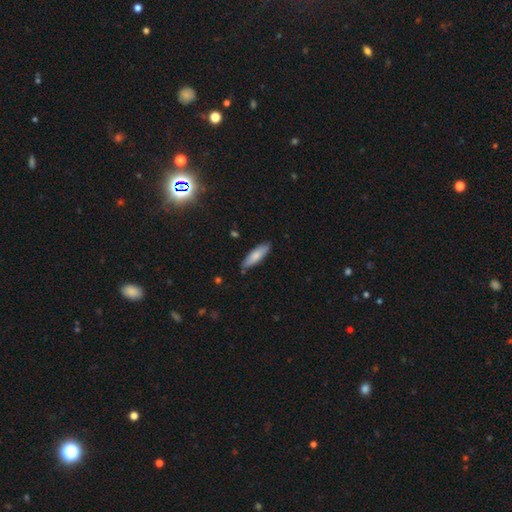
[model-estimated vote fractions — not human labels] Q: Smooth or featured?
A: smooth (77%); runner-up: featured or disk (17%)
Q: How rounded?
A: cigar-shaped (54%); runner-up: in between (45%)
Q: Merging?
A: none (83%); runner-up: minor disturbance (13%)